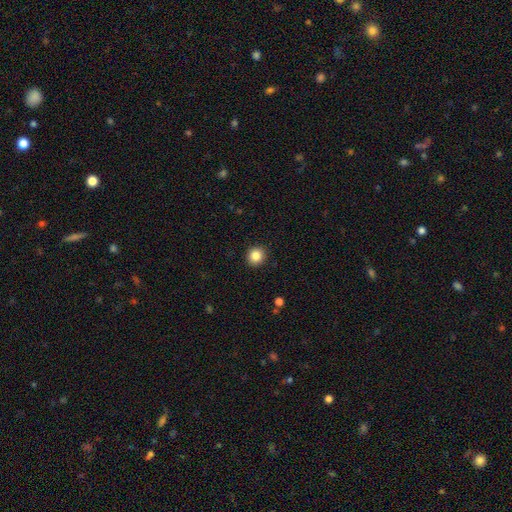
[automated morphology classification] smooth 86%, star or artifact 10%, featured or disk 4%. Down the decision tree: how rounded — round (88%); merging — none (92%).